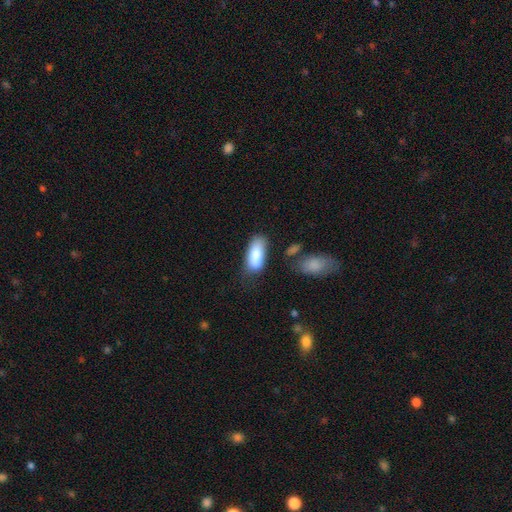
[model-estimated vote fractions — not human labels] Smooth or featured: smooth — 83% (featured or disk — 10%)
How rounded: in between — 83% (cigar-shaped — 15%)
Merging: none — 63% (minor disturbance — 24%)